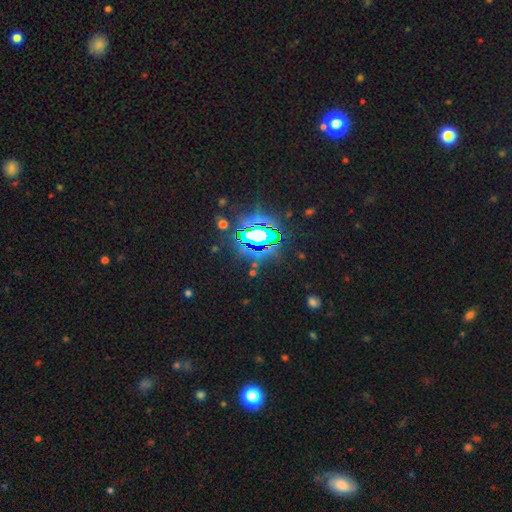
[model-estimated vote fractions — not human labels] Smooth or featured? star or artifact (81%)